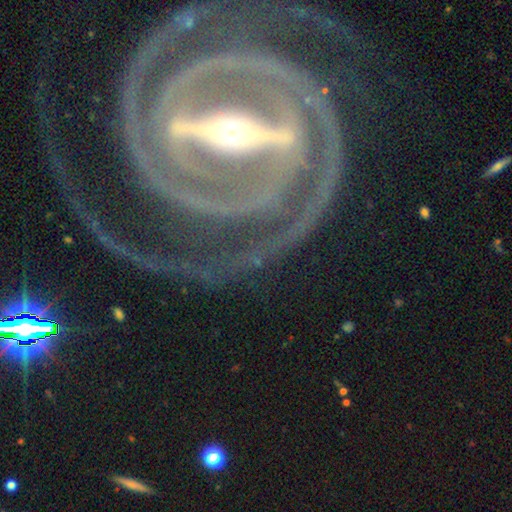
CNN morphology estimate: The model was most divided on "bulge size": small: 49%, moderate: 43%, large: 5%, dominant: 2%, none: 2%. More confident: edge-on disk — no (91%); spiral arms — yes (88%); smooth or featured — featured or disk (88%); bar — strong (79%); merging — none (60%); spiral winding — tight (57%); spiral arm count — 2 (50%).